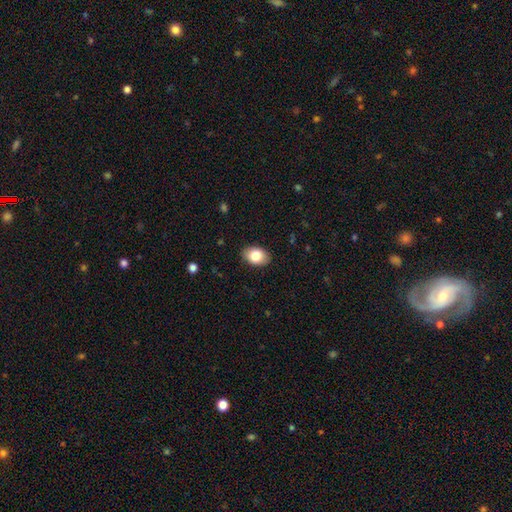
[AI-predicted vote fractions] Smooth or featured? Predicted: smooth (p=0.84). How rounded? Predicted: in between (p=0.84). Merging? Predicted: none (p=0.88).